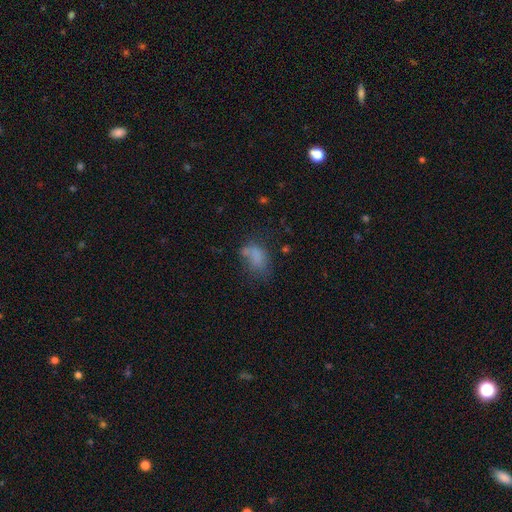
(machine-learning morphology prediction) This is likely a smooth galaxy (66%). How rounded: clearly in between (84%). Merging: marginally none (34%).